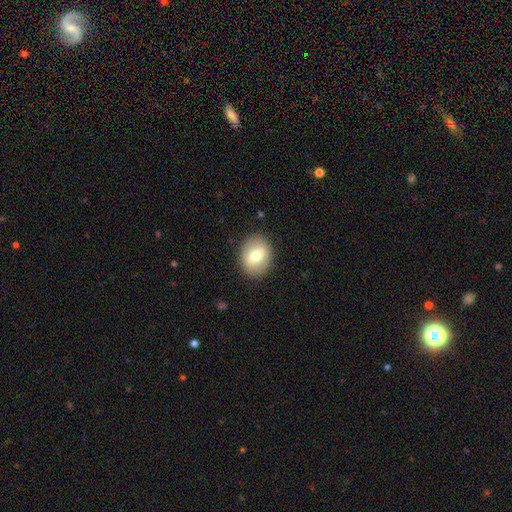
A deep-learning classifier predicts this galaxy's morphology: This appears to be a smooth galaxy with no disk features (62%) that is in between round and cigar-shaped (50%). Merging: none (87%).